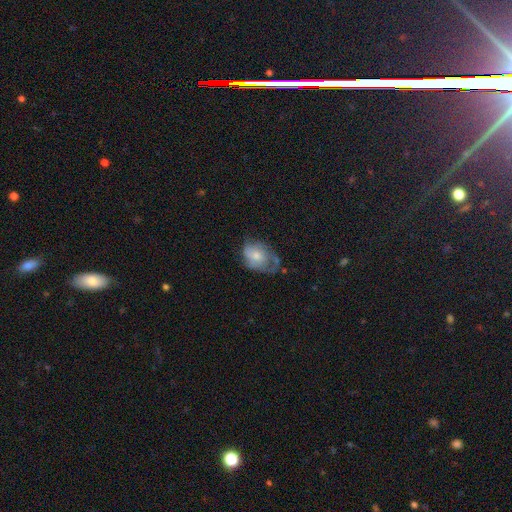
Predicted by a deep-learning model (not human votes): This is possibly a smooth galaxy (53%). How rounded: likely in between (71%). Merging: marginally minor disturbance (36%).